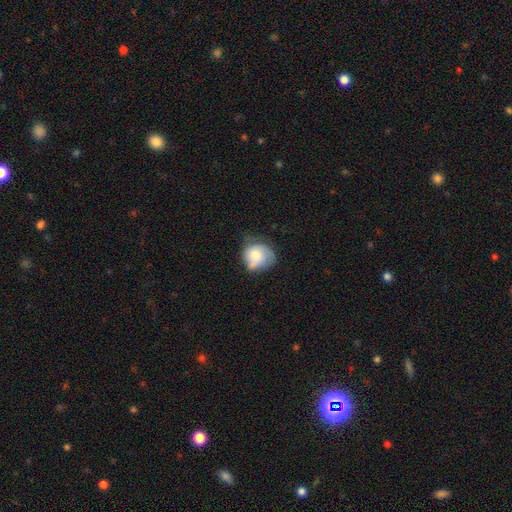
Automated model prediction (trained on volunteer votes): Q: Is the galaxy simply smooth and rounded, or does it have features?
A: smooth — 57%.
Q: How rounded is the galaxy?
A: round — 66%.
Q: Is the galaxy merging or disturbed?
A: none — 40%.